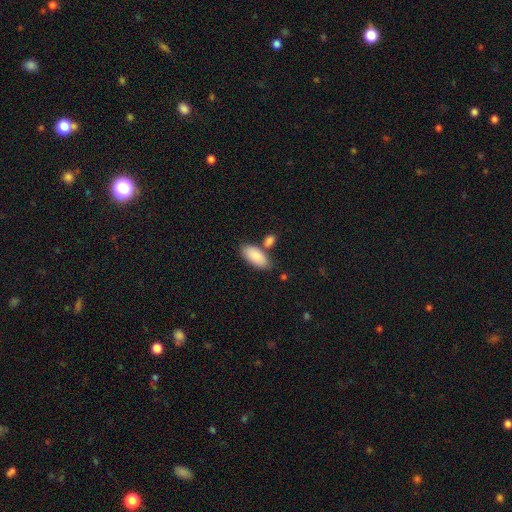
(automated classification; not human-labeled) Smooth or featured: smooth — 87% (featured or disk — 7%)
How rounded: in between — 91% (cigar-shaped — 7%)
Merging: none — 67% (merger — 17%)